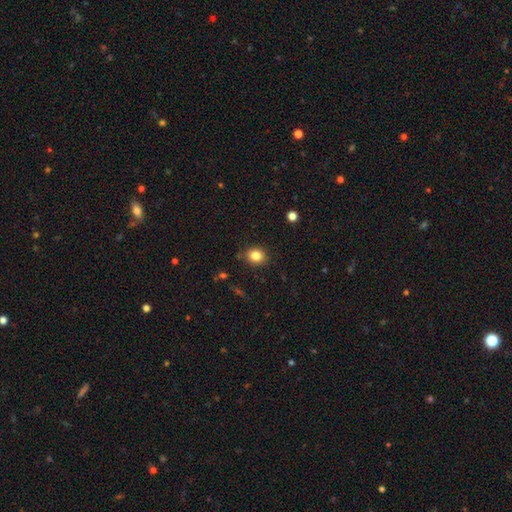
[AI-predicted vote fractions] Morphology: type=smooth (83%); roundness=round (65%); merging=none (87%).